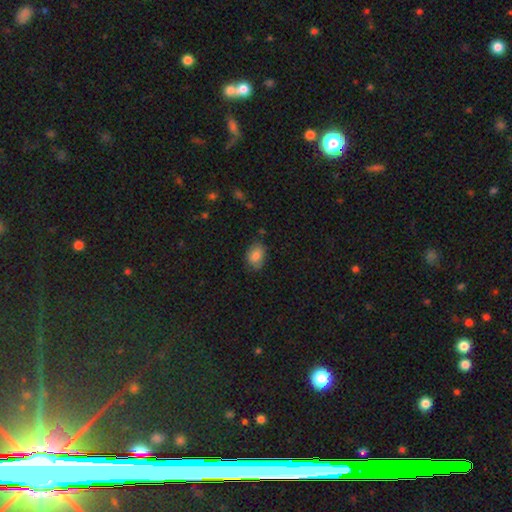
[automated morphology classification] smooth_or_featured: smooth (p=0.83) [alt: featured or disk p=0.09]
how_rounded: in between (p=0.79) [alt: round p=0.20]
merging: none (p=0.74) [alt: minor disturbance p=0.20]